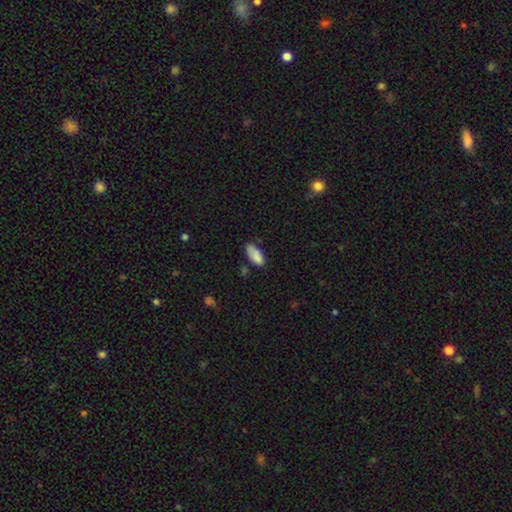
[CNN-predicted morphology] A smooth galaxy with no disk features (85%) that is in between round and cigar-shaped (85%).

Vote fractions:
- Smooth or featured? smooth: 85% / star or artifact: 8% / featured or disk: 7%
- How rounded? in between: 85% / cigar-shaped: 13% / round: 2%
- Merging? none: 58% / minor disturbance: 30% / major disturbance: 7% / merger: 4%